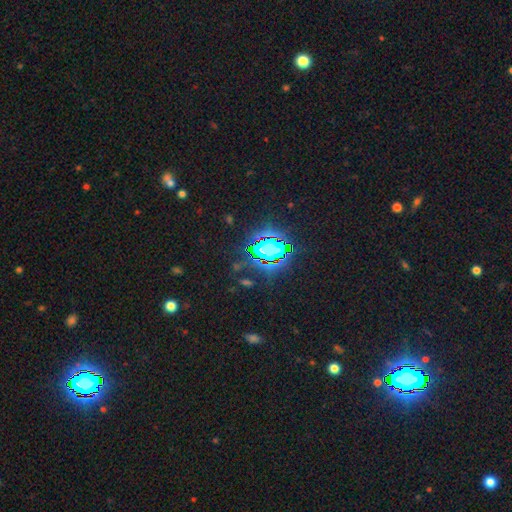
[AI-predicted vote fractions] This is clearly a star or artifact rather than a galaxy (85%).